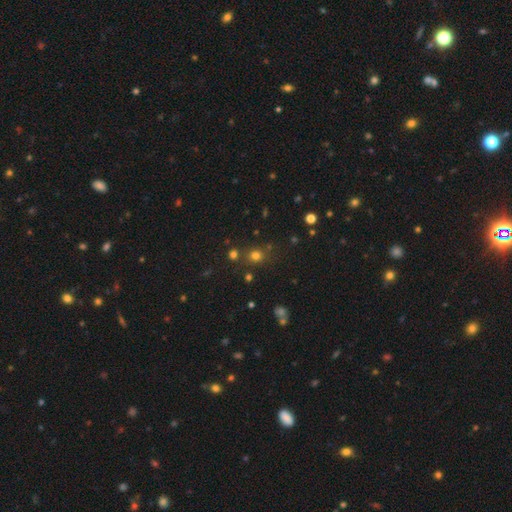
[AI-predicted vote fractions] Morphology: type=smooth (68%); roundness=round (83%); merging=none (77%).